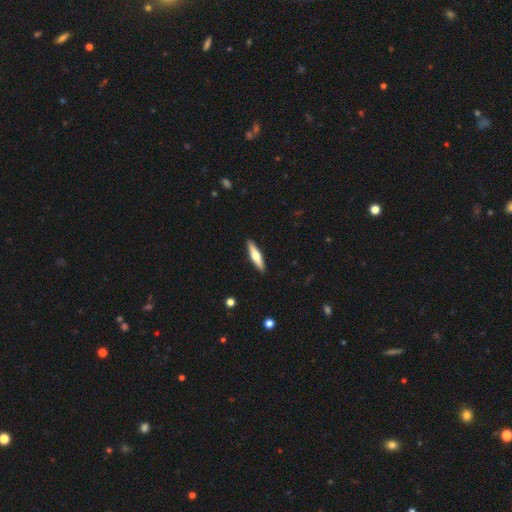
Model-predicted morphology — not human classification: featured or disk 50%, smooth 45%, star or artifact 5%. Down the decision tree: edge-on disk — yes (94%); merging — none (91%).